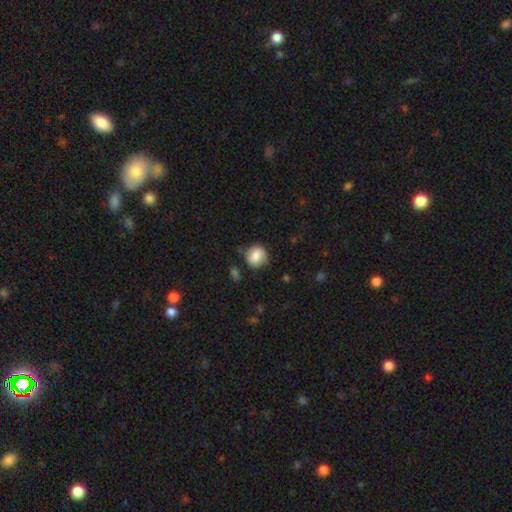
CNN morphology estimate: Smooth or featured? smooth (77%)
How rounded? round (78%)
Merging? none (73%)